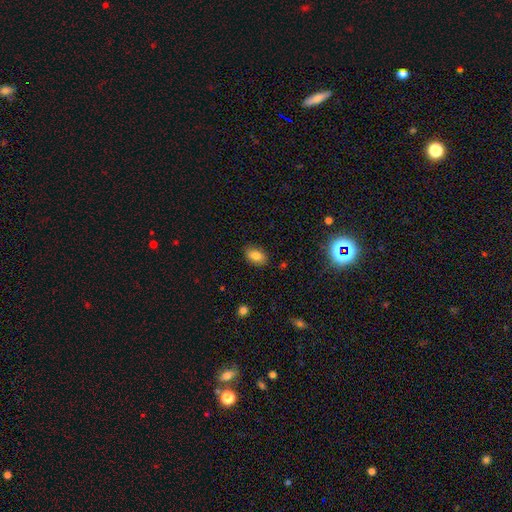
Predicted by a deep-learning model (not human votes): A smooth galaxy with no disk features (81%) that is in between round and cigar-shaped (86%). Merging: none (84%).